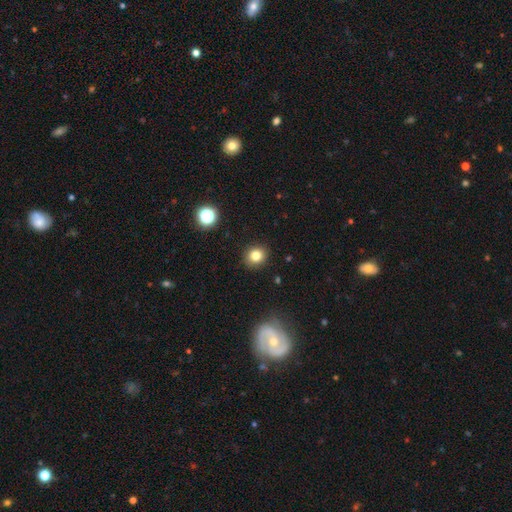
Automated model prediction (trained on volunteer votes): smooth-or-featured: smooth: 81% | star or artifact: 12% | featured or disk: 6%
  how-rounded: round: 78% | in between: 21% | cigar-shaped: 1%
  merging: none: 90% | minor disturbance: 7% | major disturbance: 2% | merger: 1%